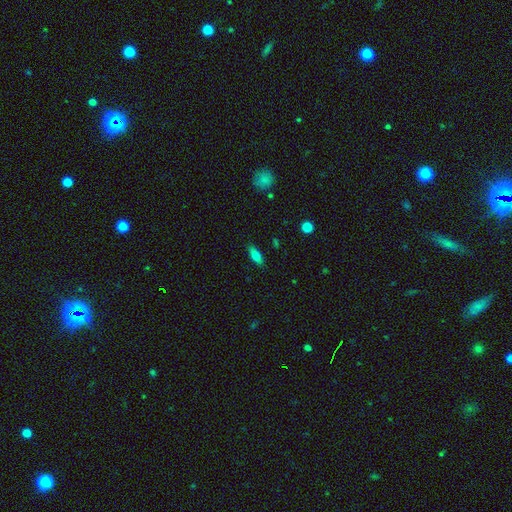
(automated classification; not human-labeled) Smooth or featured?
  - smooth: 71% *
  - featured or disk: 21%
  - star or artifact: 8%
How rounded?
  - in between: 68% *
  - cigar-shaped: 29%
  - round: 3%
Merging?
  - none: 86% *
  - minor disturbance: 10%
  - major disturbance: 2%
  - merger: 1%